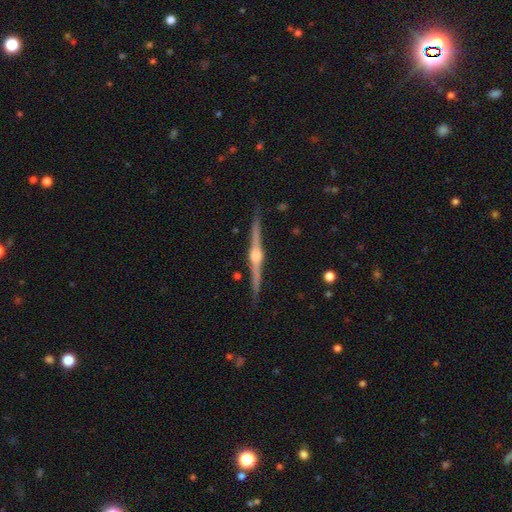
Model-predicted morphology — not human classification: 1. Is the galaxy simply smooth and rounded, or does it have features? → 88% featured or disk, 7% smooth, 5% star or artifact.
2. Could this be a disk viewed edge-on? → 99% yes, 1% no.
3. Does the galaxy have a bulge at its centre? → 94% rounded, 4% boxy, 2% none.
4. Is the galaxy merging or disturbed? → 91% none, 6% minor disturbance, 1% major disturbance, 1% merger.